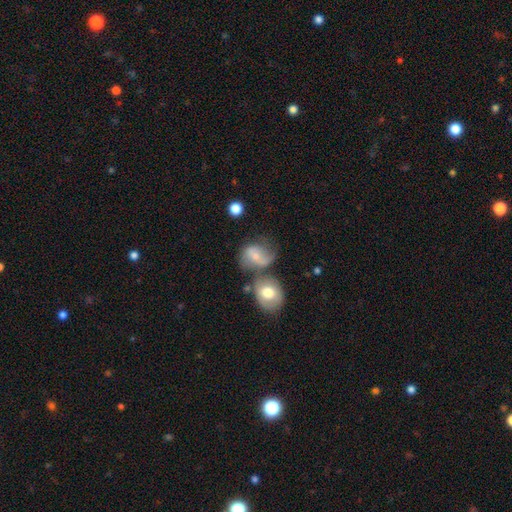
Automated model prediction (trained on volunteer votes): This appears to be a smooth galaxy with no disk features (50%) that is in between round and cigar-shaped (53%). Merging: merger (35%).